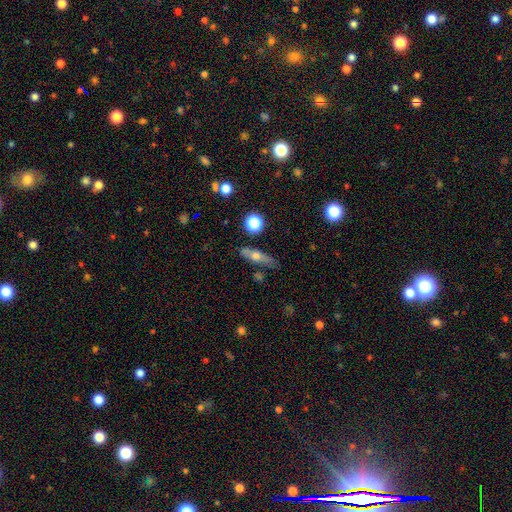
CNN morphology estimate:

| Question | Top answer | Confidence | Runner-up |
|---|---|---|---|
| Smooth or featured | smooth | 49% | featured or disk (42%) |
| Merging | none | 73% | minor disturbance (17%) |